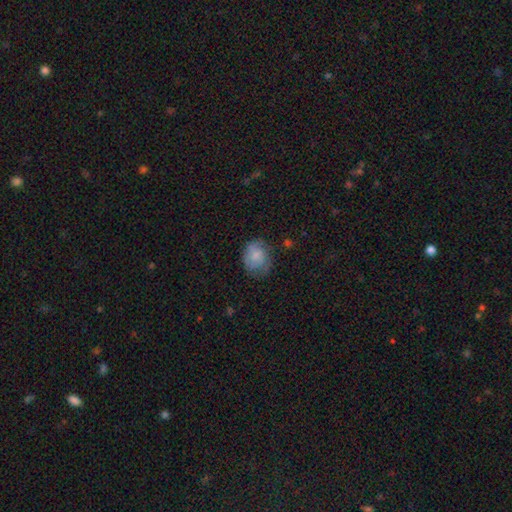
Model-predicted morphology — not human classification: Smooth or featured?
  - smooth: 70% *
  - featured or disk: 22%
  - star or artifact: 8%
How rounded?
  - round: 60% *
  - in between: 39%
  - cigar-shaped: 1%
Merging?
  - none: 60% *
  - minor disturbance: 28%
  - major disturbance: 11%
  - merger: 2%